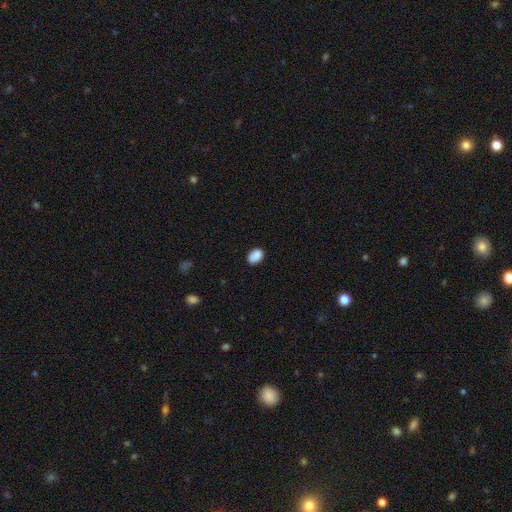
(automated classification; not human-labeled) smooth-or-featured: smooth: 88% | star or artifact: 8% | featured or disk: 4%
  how-rounded: in between: 84% | round: 15% | cigar-shaped: 1%
  merging: none: 79% | minor disturbance: 17% | major disturbance: 3% | merger: 2%